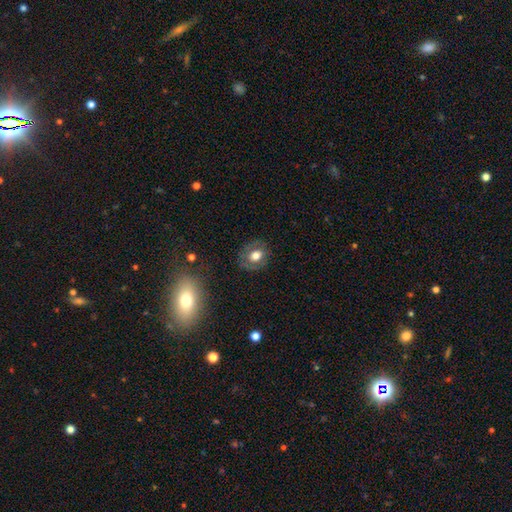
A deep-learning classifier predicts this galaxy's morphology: Overall: smooth (60%; featured or disk 30%). How rounded: round (54%; in between 44%). Merging: none (78%).